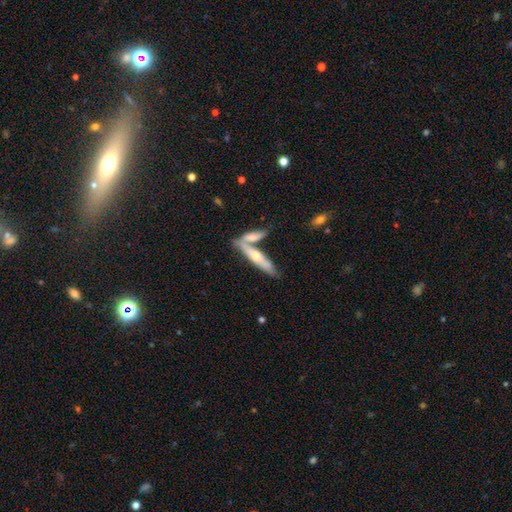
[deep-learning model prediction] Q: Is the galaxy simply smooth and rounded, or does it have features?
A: featured or disk — 48%.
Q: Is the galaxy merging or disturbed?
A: none — 50%.